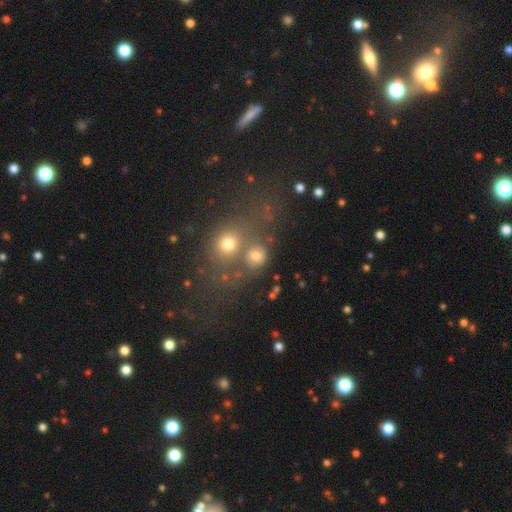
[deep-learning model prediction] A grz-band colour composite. It shows a smooth galaxy with no disk features (71%) that is round (72%). Merging: none (42%).